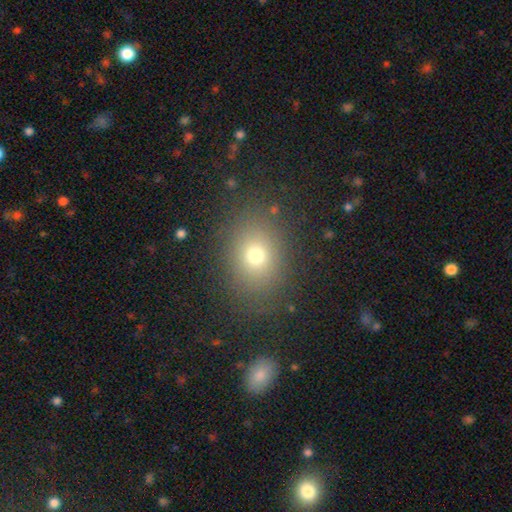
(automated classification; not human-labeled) Overall: smooth (71%). How rounded: in between (54%; round 45%). Merging: none (84%).